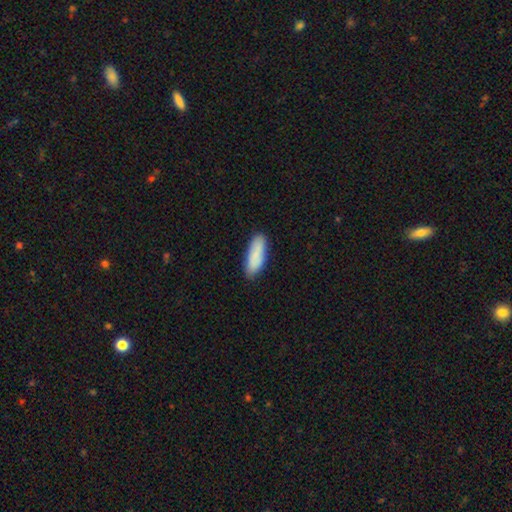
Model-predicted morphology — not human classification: smooth-or-featured: smooth: 84% | featured or disk: 10% | star or artifact: 6%
  how-rounded: in between: 67% | cigar-shaped: 31% | round: 2%
  merging: none: 85% | minor disturbance: 12% | major disturbance: 2% | merger: 1%